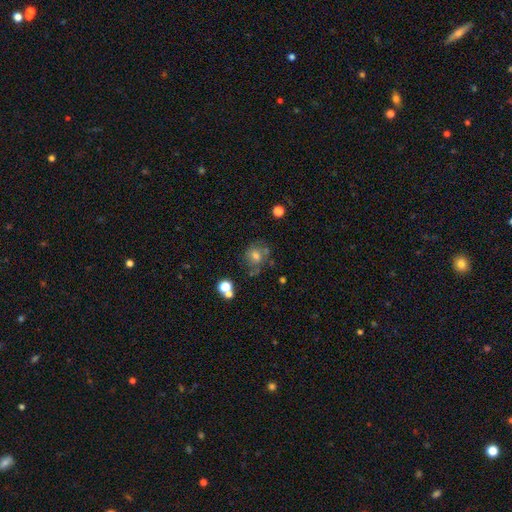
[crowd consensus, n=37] smooth-or-featured: smooth: 62% | featured or disk: 35% | star or artifact: 3%
  how-rounded: round: 52% | in between: 48% | cigar-shaped: 0%
  merging: none: 61% | minor disturbance: 19% | major disturbance: 17% | merger: 3%